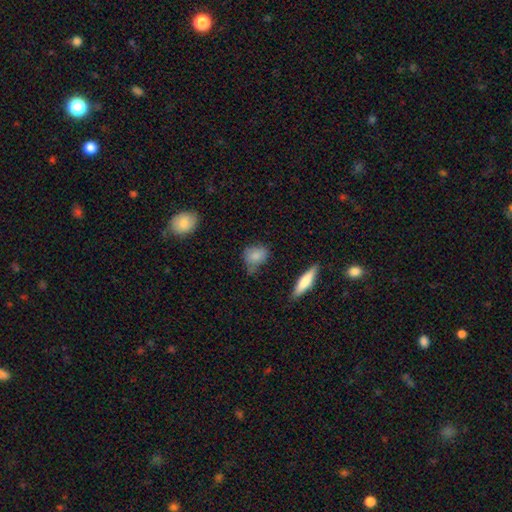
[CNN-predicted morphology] type=smooth (82%); roundness=in between (54%); merging=none (51%).